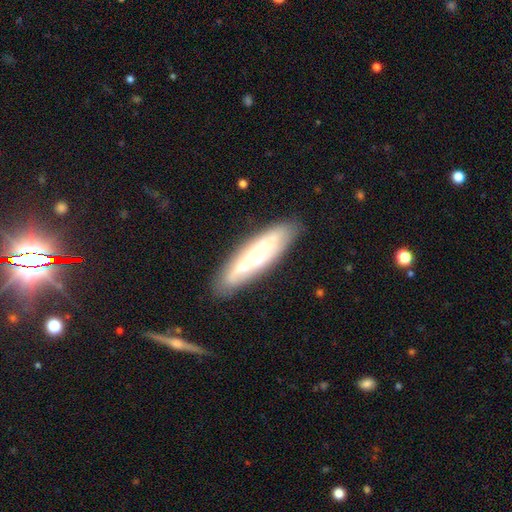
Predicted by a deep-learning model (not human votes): The model was most divided on "smooth or featured": featured or disk: 47%, smooth: 46%, star or artifact: 7%. More confident: merging — none (80%).